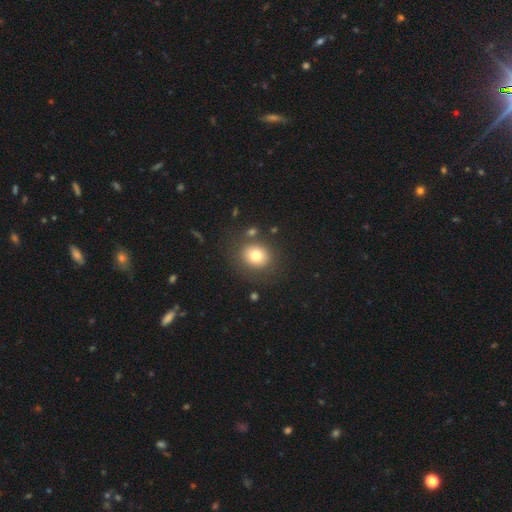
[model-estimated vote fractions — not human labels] Morphology: type=smooth (77%); roundness=round (76%); merging=none (80%).